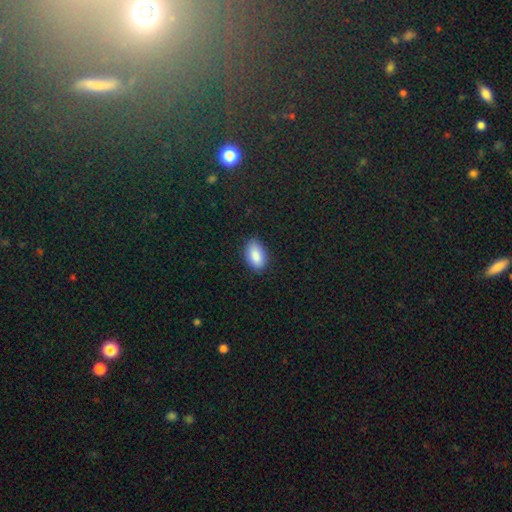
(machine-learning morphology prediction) smooth_or_featured: smooth (p=0.88) [alt: star or artifact p=0.07]
how_rounded: in between (p=0.93) [alt: round p=0.05]
merging: none (p=0.85) [alt: minor disturbance p=0.12]